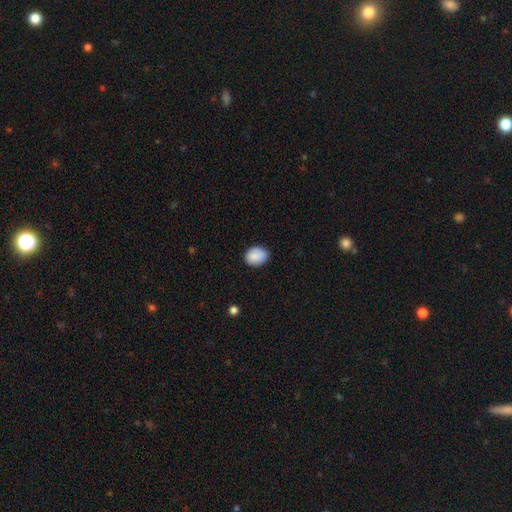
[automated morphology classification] smooth_or_featured: smooth (p=0.88) [alt: star or artifact p=0.07]
how_rounded: in between (p=0.52) [alt: round p=0.47]
merging: none (p=0.83) [alt: minor disturbance p=0.14]